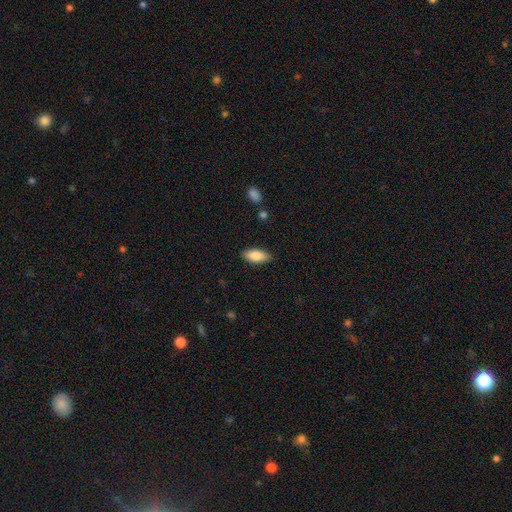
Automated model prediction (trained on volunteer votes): Q: Smooth or featured?
A: smooth (82%); runner-up: featured or disk (12%)
Q: How rounded?
A: in between (86%); runner-up: cigar-shaped (11%)
Q: Merging?
A: none (87%); runner-up: minor disturbance (10%)